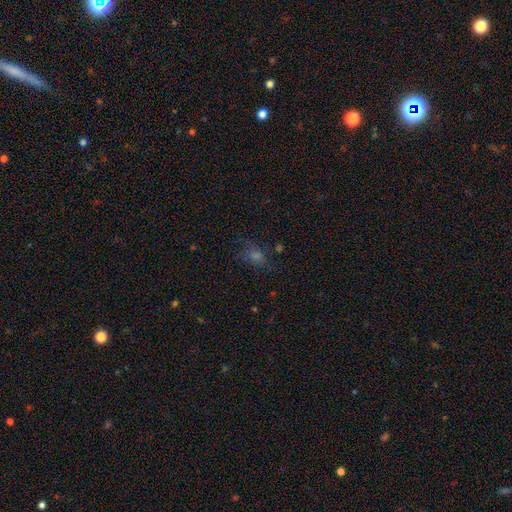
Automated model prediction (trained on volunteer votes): A smooth galaxy with no disk features (46%).

Vote fractions:
- Smooth or featured? smooth: 46% / star or artifact: 35% / featured or disk: 19%
- Merging? none: 67% / minor disturbance: 19% / major disturbance: 11% / merger: 3%